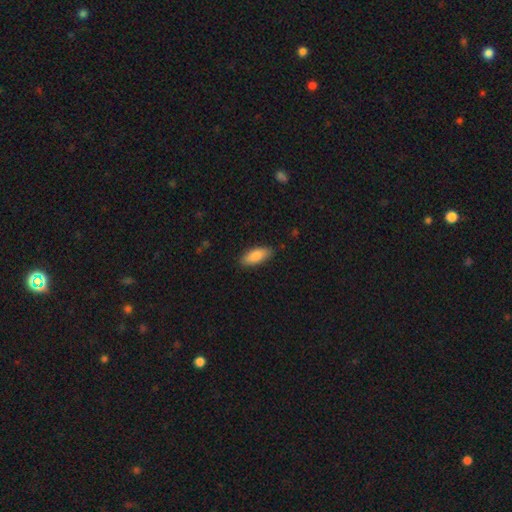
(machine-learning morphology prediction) smooth-or-featured: smooth: 86% | featured or disk: 8% | star or artifact: 6%
  how-rounded: in between: 80% | cigar-shaped: 18% | round: 2%
  merging: none: 86% | minor disturbance: 11% | major disturbance: 2% | merger: 1%